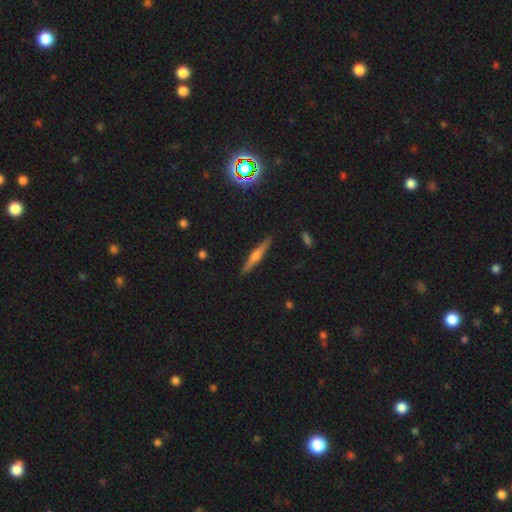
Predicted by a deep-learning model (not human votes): A featured or disk galaxy (65%) viewed edge-on (97%) with a rounded central bulge (83%).

Vote fractions:
- Smooth or featured? featured or disk: 65% / smooth: 25% / star or artifact: 10%
- Edge-on disk? yes: 97% / no: 3%
- Edge-on bulge? rounded: 83% / boxy: 9% / none: 8%
- Merging? none: 91% / minor disturbance: 7% / major disturbance: 1% / merger: 1%